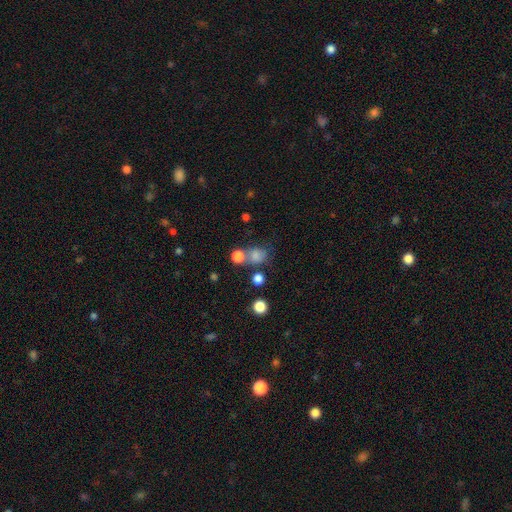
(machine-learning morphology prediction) Smooth or featured?
  - smooth: 77% *
  - star or artifact: 15%
  - featured or disk: 8%
How rounded?
  - round: 69% *
  - in between: 29%
  - cigar-shaped: 1%
Merging?
  - none: 52% *
  - merger: 27%
  - minor disturbance: 14%
  - major disturbance: 7%